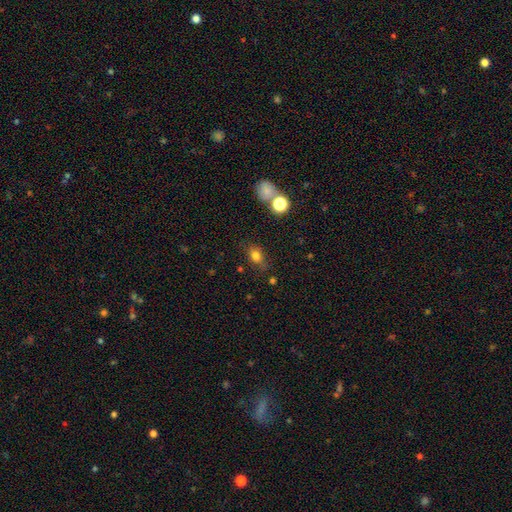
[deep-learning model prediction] Morphology: type=smooth (76%); roundness=in between (62%); merging=none (72%).